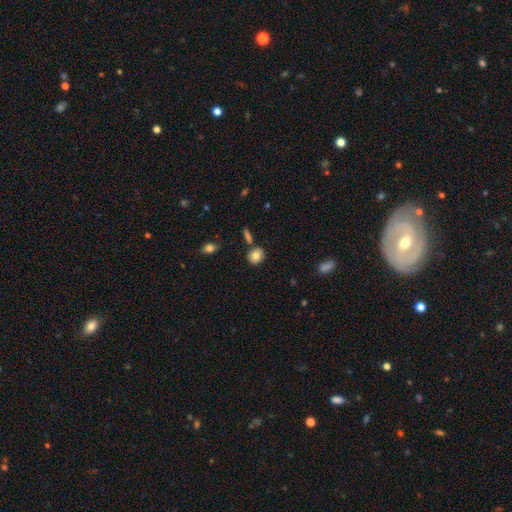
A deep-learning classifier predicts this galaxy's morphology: A smooth galaxy with no disk features (79%) that is round (69%).

Vote fractions:
- Smooth or featured? smooth: 79% / featured or disk: 11% / star or artifact: 9%
- How rounded? round: 69% / in between: 30% / cigar-shaped: 1%
- Merging? none: 78% / minor disturbance: 11% / merger: 8% / major disturbance: 3%